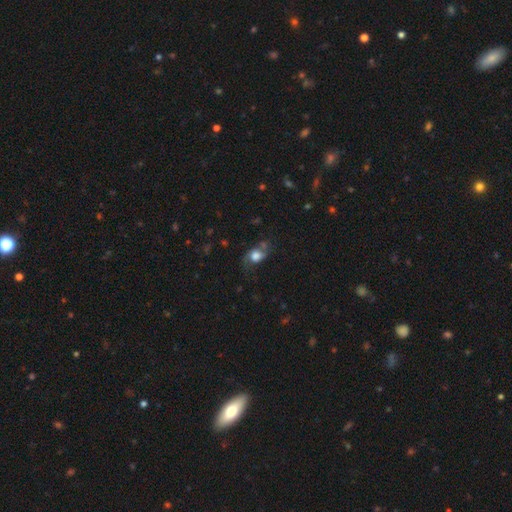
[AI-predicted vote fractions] A smooth galaxy with no disk features (52%) that is in between round and cigar-shaped (58%). Merging: none (44%).